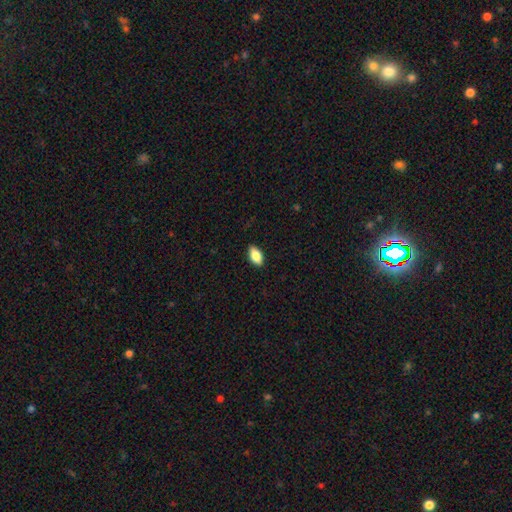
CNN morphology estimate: smooth 84%, featured or disk 9%, star or artifact 7%. Down the decision tree: how rounded — in between (91%); merging — none (87%).